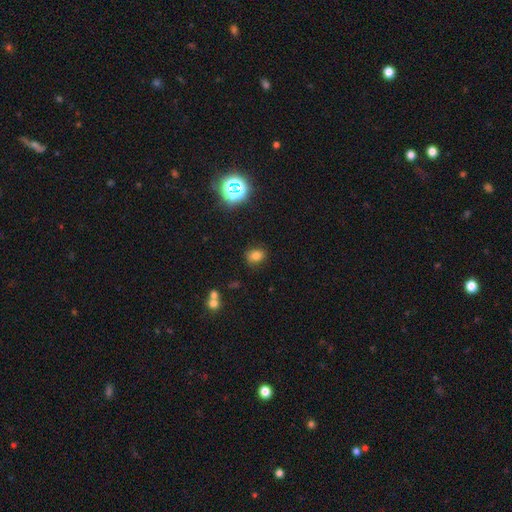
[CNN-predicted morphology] smooth 76%, star or artifact 17%, featured or disk 7%. Down the decision tree: how rounded — round (54%); merging — none (84%).